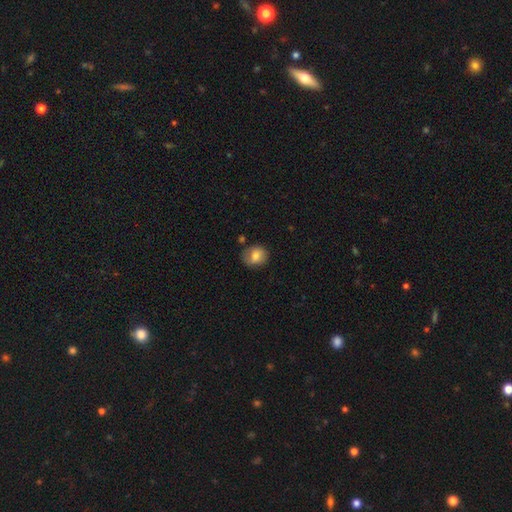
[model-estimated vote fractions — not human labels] Q: Smooth or featured?
A: smooth (76%); runner-up: featured or disk (15%)
Q: How rounded?
A: round (63%); runner-up: in between (36%)
Q: Merging?
A: none (69%); runner-up: minor disturbance (21%)